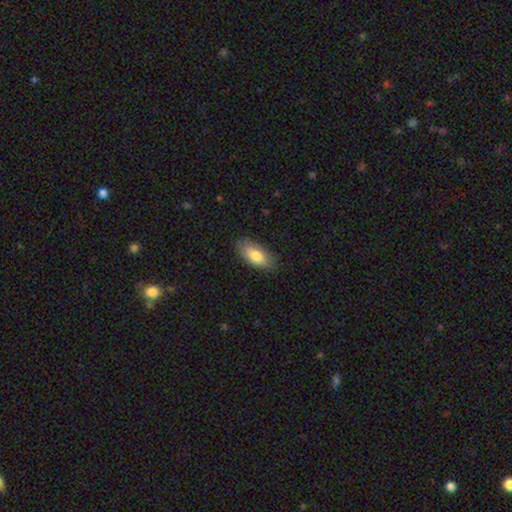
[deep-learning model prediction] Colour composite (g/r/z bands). It shows a smooth galaxy with no disk features (79%) that is in between round and cigar-shaped (88%). Merging: none (84%).